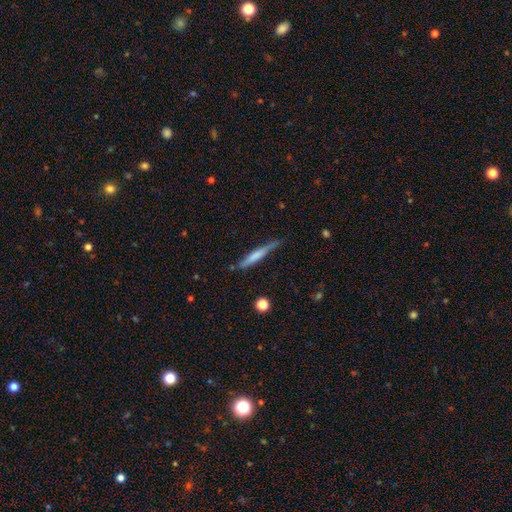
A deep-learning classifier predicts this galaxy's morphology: Smooth or featured? smooth (57%)
How rounded? cigar-shaped (93%)
Merging? none (66%)